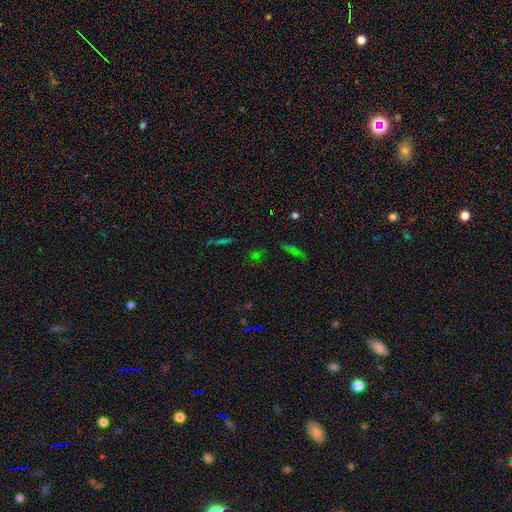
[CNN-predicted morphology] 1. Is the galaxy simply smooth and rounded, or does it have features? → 48% star or artifact, 37% smooth, 15% featured or disk.